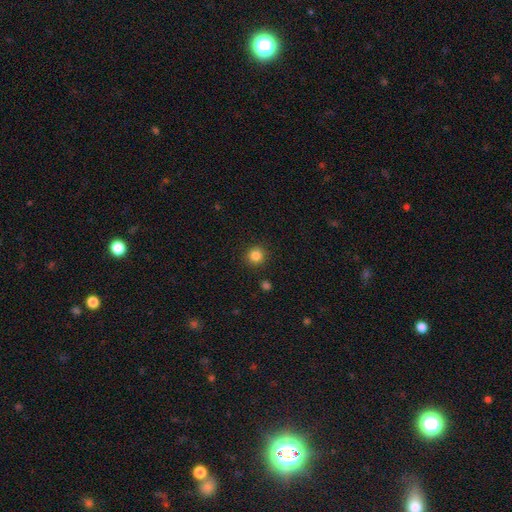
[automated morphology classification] A smooth galaxy with no disk features (84%) that is round (93%). Merging: none (91%).